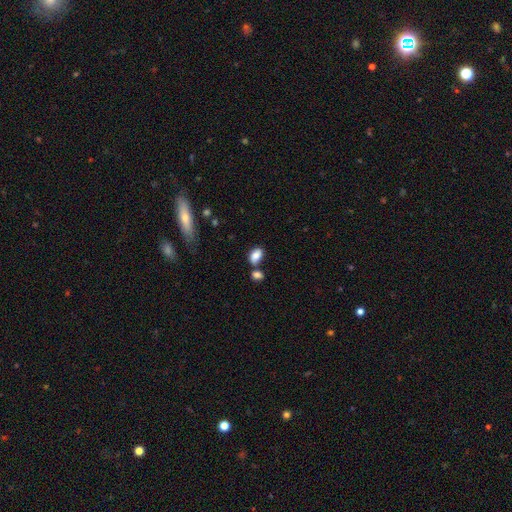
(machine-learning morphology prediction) type=smooth (85%); roundness=in between (90%); merging=none (55%).